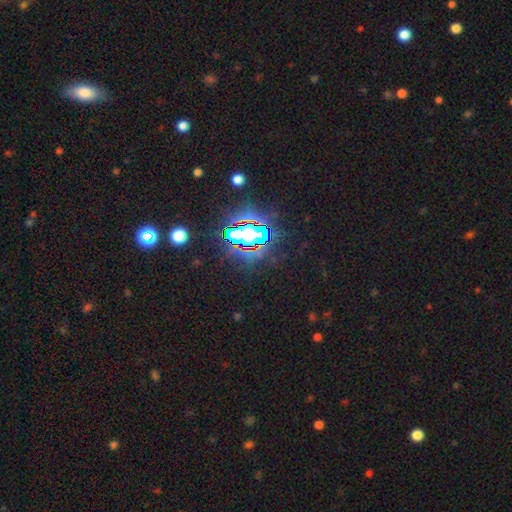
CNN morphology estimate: This is clearly a star or artifact rather than a galaxy (80%).